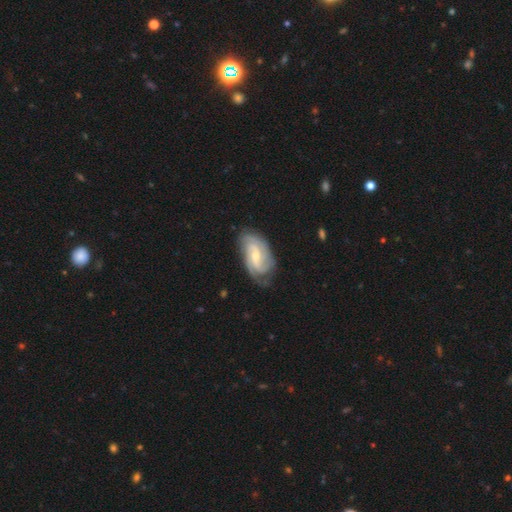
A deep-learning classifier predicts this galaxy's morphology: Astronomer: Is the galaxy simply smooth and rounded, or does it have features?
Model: featured or disk — 84%.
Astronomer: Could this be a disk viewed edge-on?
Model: no — 96%.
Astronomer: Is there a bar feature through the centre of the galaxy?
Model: weak — 52% (runner-up: no, 30%).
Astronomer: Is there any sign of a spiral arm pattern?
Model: yes — 96%.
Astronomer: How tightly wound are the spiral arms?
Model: tight — 47% (runner-up: medium, 40%).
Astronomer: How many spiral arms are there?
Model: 2 — 39% (runner-up: 3, 25%).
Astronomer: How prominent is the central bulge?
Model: small — 56% (runner-up: moderate, 41%).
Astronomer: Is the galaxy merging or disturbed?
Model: none — 73%.